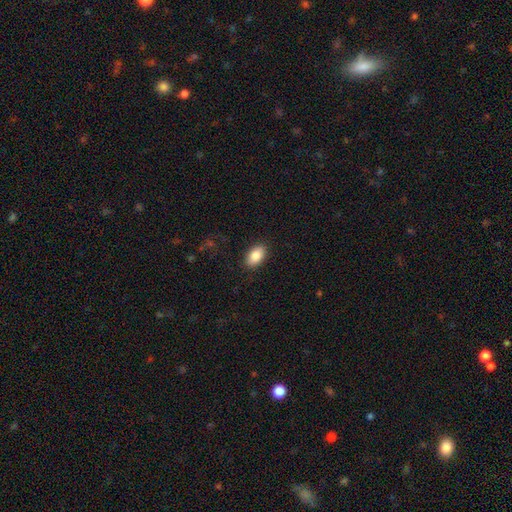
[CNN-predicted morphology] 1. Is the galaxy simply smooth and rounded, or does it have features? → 86% smooth, 7% star or artifact, 7% featured or disk.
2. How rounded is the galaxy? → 92% in between, 7% round, 2% cigar-shaped.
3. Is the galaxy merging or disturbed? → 88% none, 8% minor disturbance, 2% major disturbance, 1% merger.